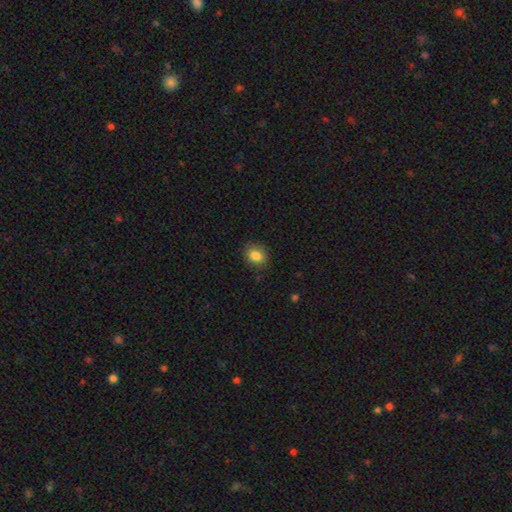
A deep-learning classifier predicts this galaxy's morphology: This appears to be a smooth galaxy with no disk features (85%) that is round (51%). Merging: none (85%).